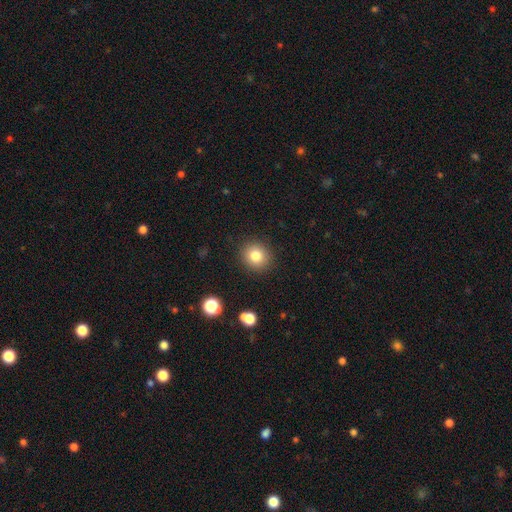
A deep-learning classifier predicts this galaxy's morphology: smooth_or_featured: smooth (p=0.82) [alt: star or artifact p=0.11]
how_rounded: round (p=0.85) [alt: in between p=0.14]
merging: none (p=0.90) [alt: minor disturbance p=0.07]